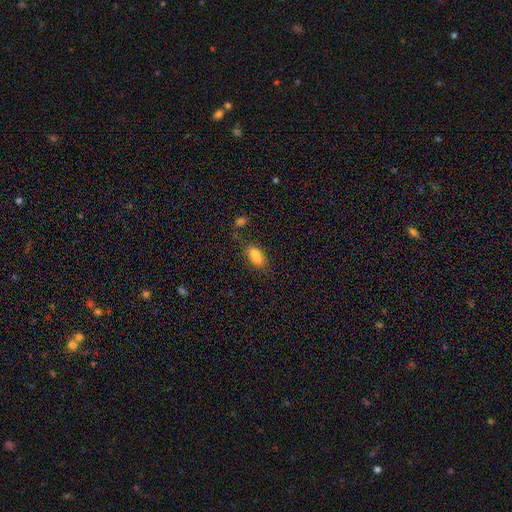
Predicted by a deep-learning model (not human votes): This is clearly a smooth galaxy (83%). How rounded: clearly in between (87%). Merging: possibly none (56%).